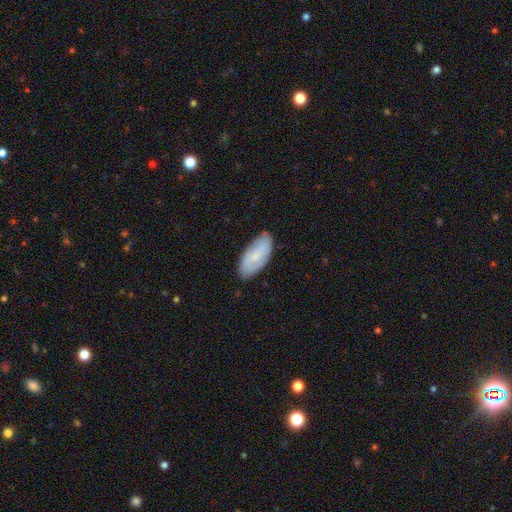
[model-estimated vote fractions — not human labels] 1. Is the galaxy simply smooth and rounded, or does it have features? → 64% smooth, 29% featured or disk, 7% star or artifact.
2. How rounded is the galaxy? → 89% in between, 9% cigar-shaped, 2% round.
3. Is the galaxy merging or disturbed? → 80% none, 16% minor disturbance, 3% major disturbance, 1% merger.